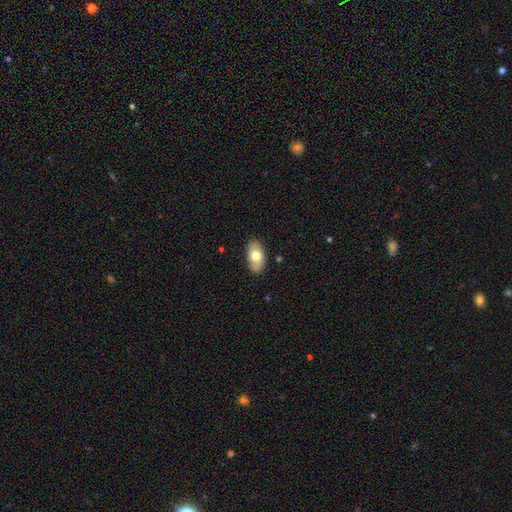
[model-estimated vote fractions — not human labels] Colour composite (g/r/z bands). It shows a smooth galaxy with no disk features (70%) that is in between round and cigar-shaped (94%). Merging: none (85%).